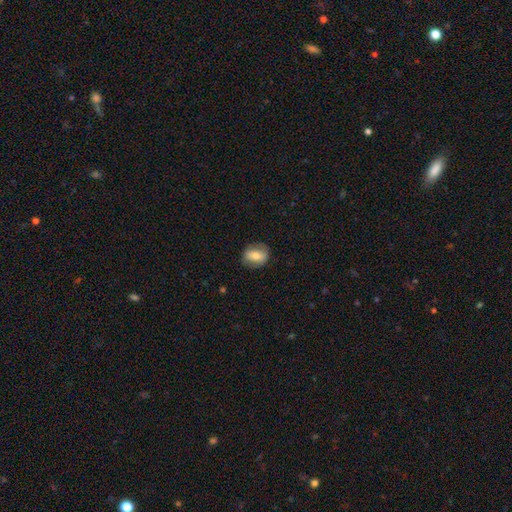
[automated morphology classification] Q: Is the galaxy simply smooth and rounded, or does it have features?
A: smooth — 66%.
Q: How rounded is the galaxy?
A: in between — 57%.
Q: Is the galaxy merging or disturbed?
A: none — 81%.